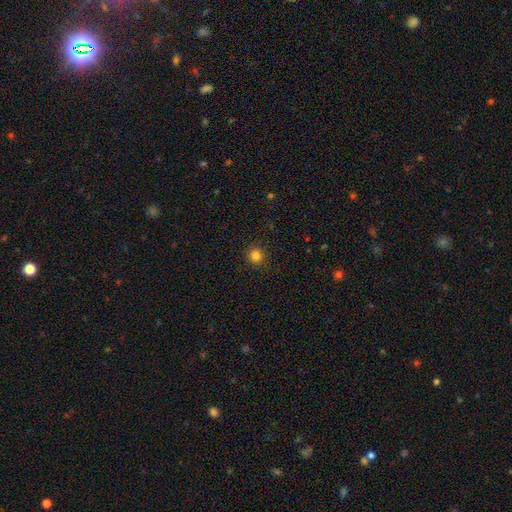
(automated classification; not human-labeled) This appears to be a smooth galaxy with no disk features (83%) that is round (91%). Merging: none (91%).